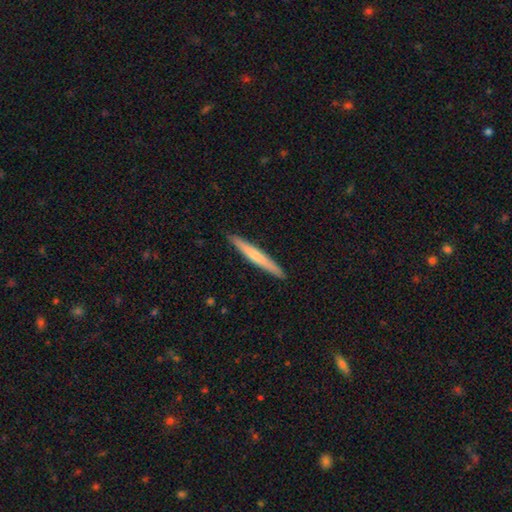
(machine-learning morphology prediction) A smooth galaxy with no disk features (58%) that is cigar-shaped (96%).

Vote fractions:
- Smooth or featured? smooth: 58% / featured or disk: 37% / star or artifact: 5%
- How rounded? cigar-shaped: 96% / in between: 2% / round: 1%
- Merging? none: 92% / minor disturbance: 6% / major disturbance: 1% / merger: 1%